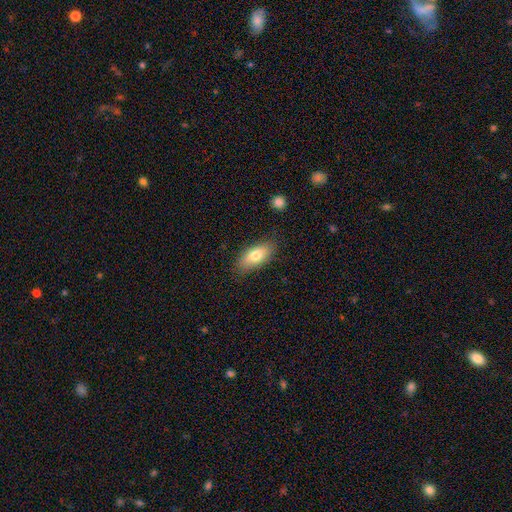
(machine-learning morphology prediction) Smooth or featured?
  - smooth: 75% *
  - featured or disk: 18%
  - star or artifact: 7%
How rounded?
  - in between: 84% *
  - cigar-shaped: 13%
  - round: 3%
Merging?
  - none: 81% *
  - minor disturbance: 14%
  - major disturbance: 3%
  - merger: 2%